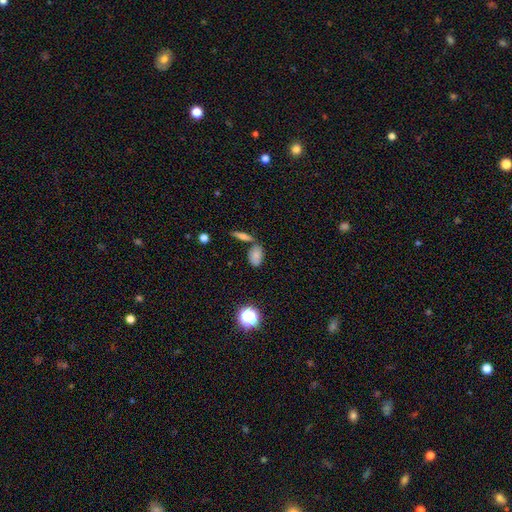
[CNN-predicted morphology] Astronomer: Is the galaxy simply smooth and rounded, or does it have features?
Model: smooth — 76%.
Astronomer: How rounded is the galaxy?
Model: in between — 85%.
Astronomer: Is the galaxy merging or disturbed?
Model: none — 58%.